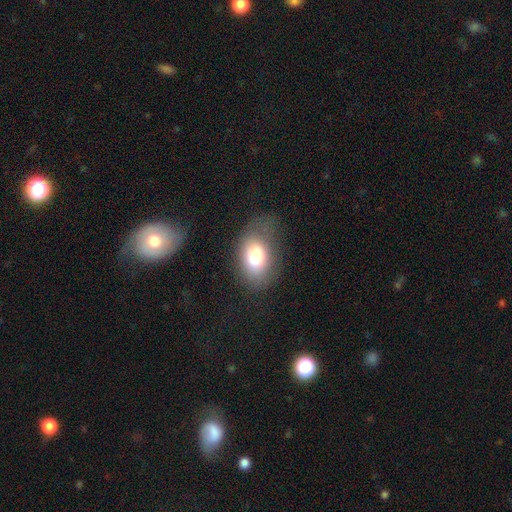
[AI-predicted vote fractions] A smooth galaxy with no disk features (81%) that is in between round and cigar-shaped (87%).

Vote fractions:
- Smooth or featured? smooth: 81% / featured or disk: 11% / star or artifact: 8%
- How rounded? in between: 87% / round: 11% / cigar-shaped: 1%
- Merging? none: 55% / minor disturbance: 26% / major disturbance: 17% / merger: 2%